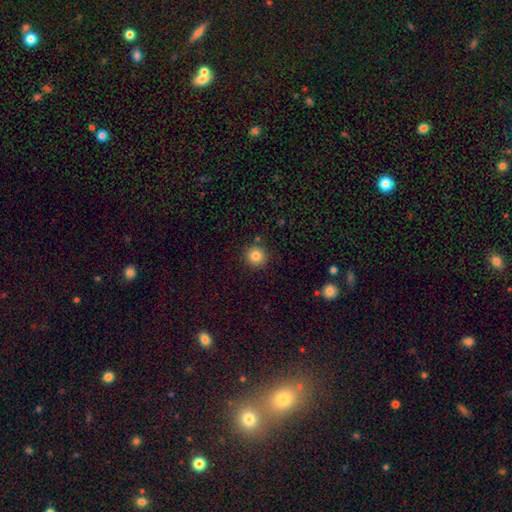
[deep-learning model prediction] The model was most divided on "smooth or featured": smooth: 83%, star or artifact: 11%, featured or disk: 6%. More confident: how rounded — round (94%); merging — none (89%).